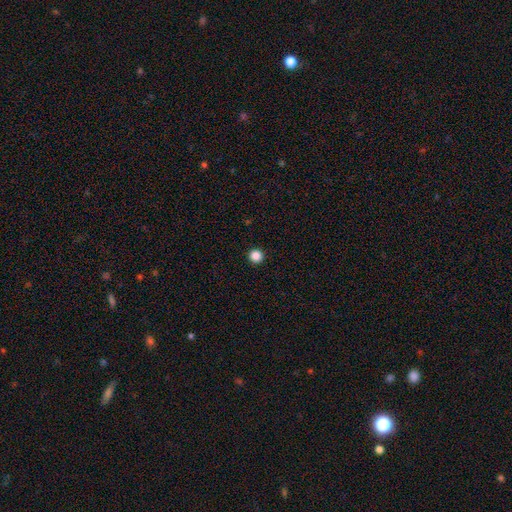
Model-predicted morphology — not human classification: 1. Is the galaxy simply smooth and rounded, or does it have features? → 87% smooth, 11% star or artifact, 3% featured or disk.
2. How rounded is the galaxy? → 96% round, 3% in between, 1% cigar-shaped.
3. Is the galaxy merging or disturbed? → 94% none, 3% minor disturbance, 1% major disturbance, 1% merger.